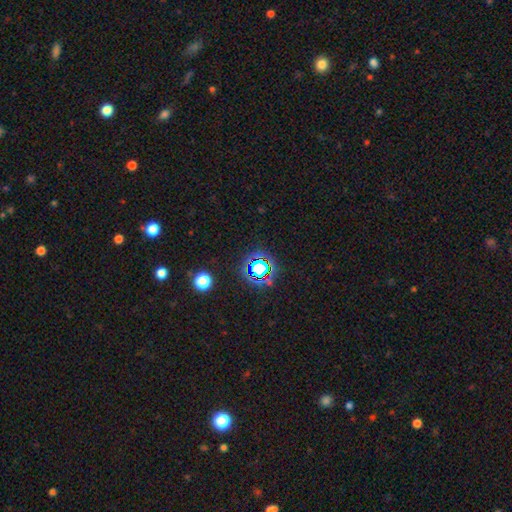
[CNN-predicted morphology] This appears to be a star or artifact, not a galaxy (70%).